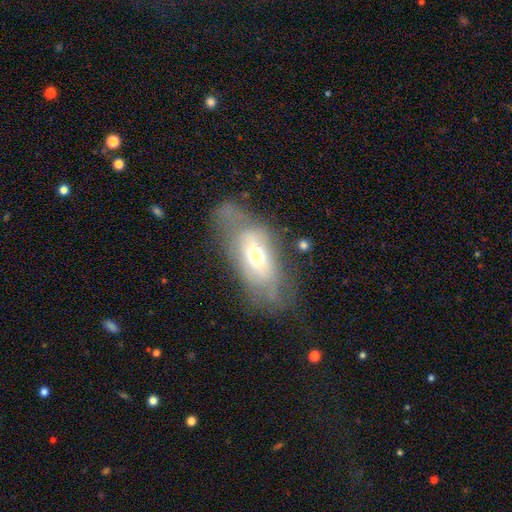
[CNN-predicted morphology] Smooth or featured? Predicted: featured or disk (p=0.48). Merging? Predicted: none (p=0.36).